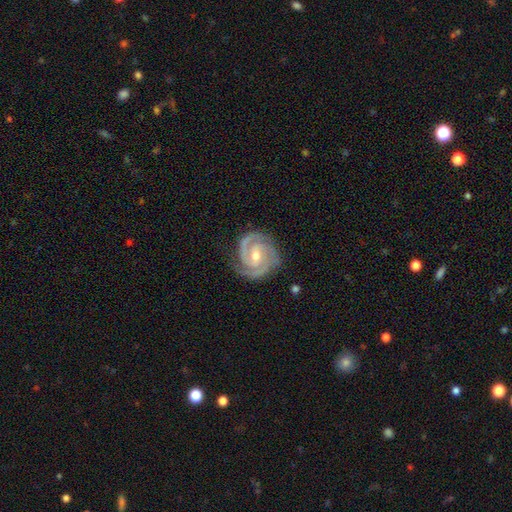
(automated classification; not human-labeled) The model was most divided on "bar" (2-way tie): no: 41%, weak: 41%, strong: 18%. More confident: spiral arms — yes (99%); edge-on disk — no (98%); smooth or featured — featured or disk (93%); merging — none (81%); spiral winding — tight (71%); spiral arm count — 2 (59%); bulge size — moderate (56%).